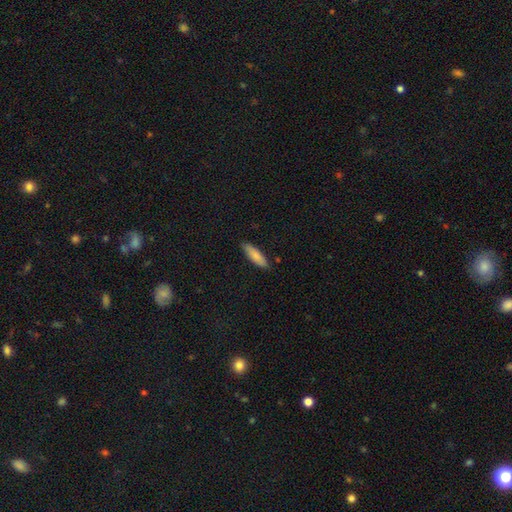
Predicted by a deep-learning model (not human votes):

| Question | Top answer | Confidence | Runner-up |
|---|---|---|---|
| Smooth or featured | smooth | 83% | featured or disk (12%) |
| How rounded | cigar-shaped | 56% | in between (42%) |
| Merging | none | 86% | minor disturbance (11%) |